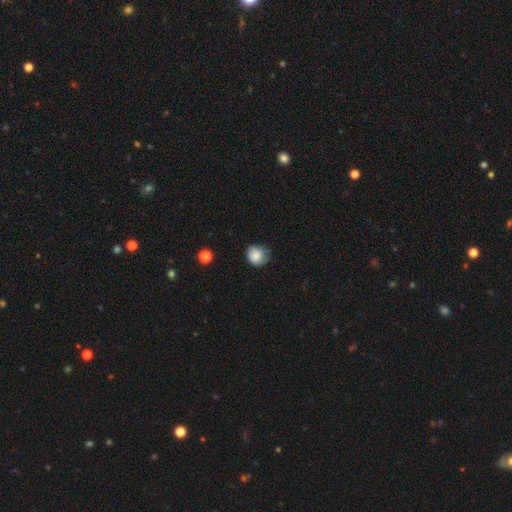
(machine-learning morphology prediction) The model was most divided on "merging": none: 62%, minor disturbance: 29%, major disturbance: 7%, merger: 1%. More confident: smooth or featured — smooth (81%); how rounded — round (81%).